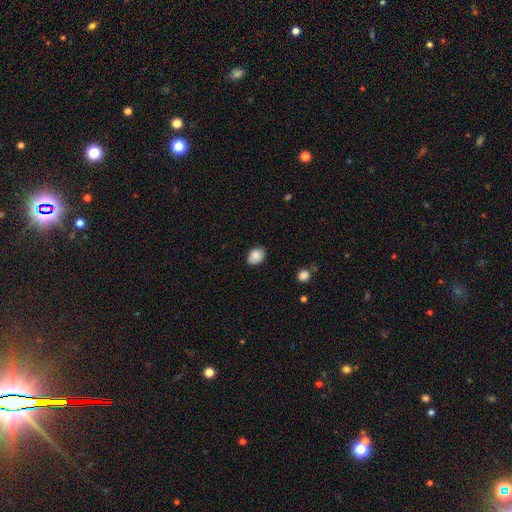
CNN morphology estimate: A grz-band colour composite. It shows a smooth galaxy with no disk features (85%) that is in between round and cigar-shaped (63%). Merging: none (79%).